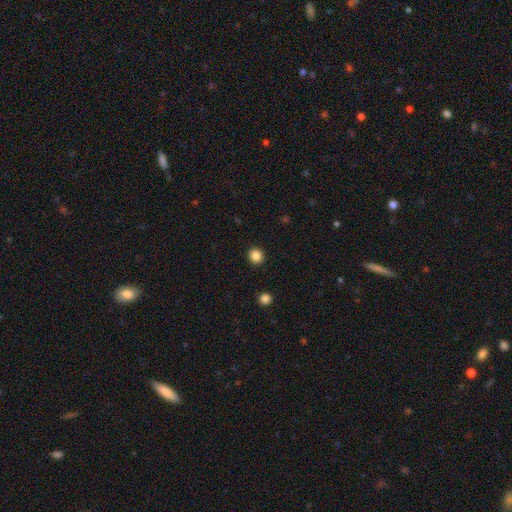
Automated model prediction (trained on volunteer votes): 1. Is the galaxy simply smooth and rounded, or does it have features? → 85% smooth, 11% star or artifact, 4% featured or disk.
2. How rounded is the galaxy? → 91% round, 8% in between, 1% cigar-shaped.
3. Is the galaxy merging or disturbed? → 93% none, 4% minor disturbance, 2% major disturbance, 1% merger.